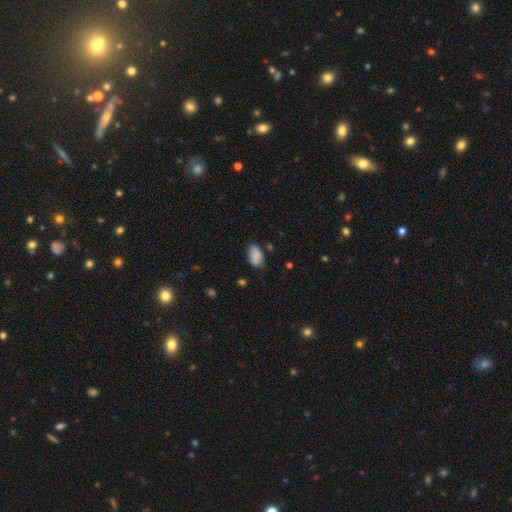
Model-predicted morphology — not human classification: This is clearly a smooth galaxy (85%). How rounded: clearly in between (93%). Merging: likely none (70%).